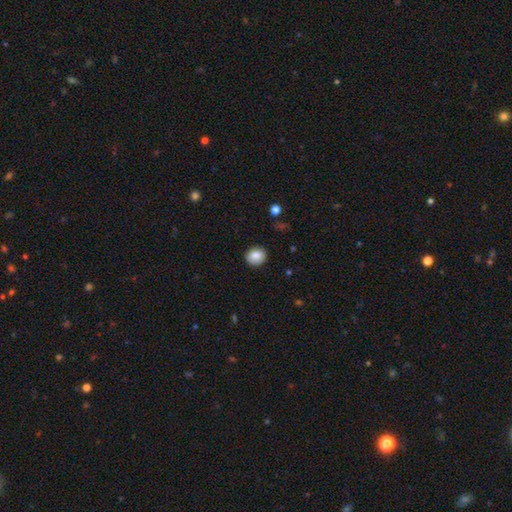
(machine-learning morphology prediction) type=smooth (87%); roundness=round (74%); merging=none (89%).